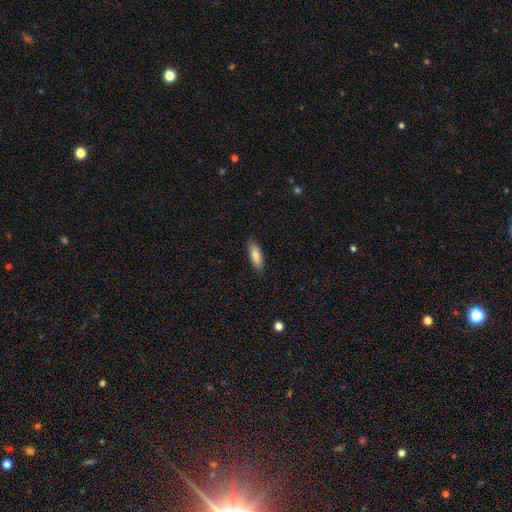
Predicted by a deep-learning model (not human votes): The model was most divided on "how rounded": in between: 52%, cigar-shaped: 46%, round: 2%. More confident: merging — none (85%); smooth or featured — smooth (82%).